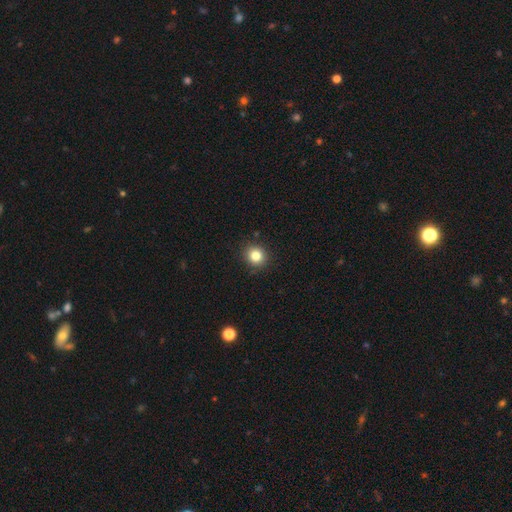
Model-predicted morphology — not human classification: Smooth or featured: smooth — 83% (star or artifact — 12%)
How rounded: round — 86% (in between — 13%)
Merging: none — 89% (minor disturbance — 8%)